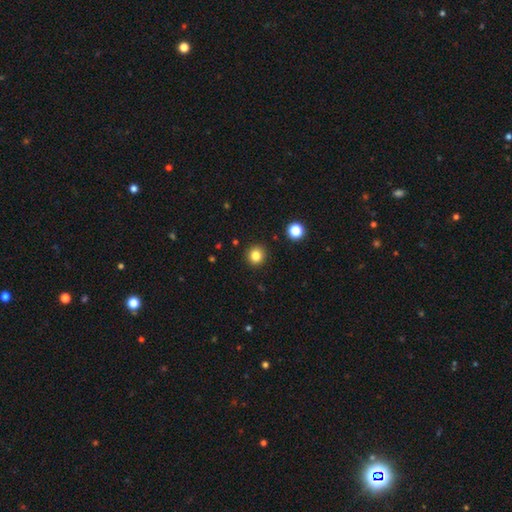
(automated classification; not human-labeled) This appears to be a smooth galaxy with no disk features (83%) that is round (92%). Merging: none (92%).